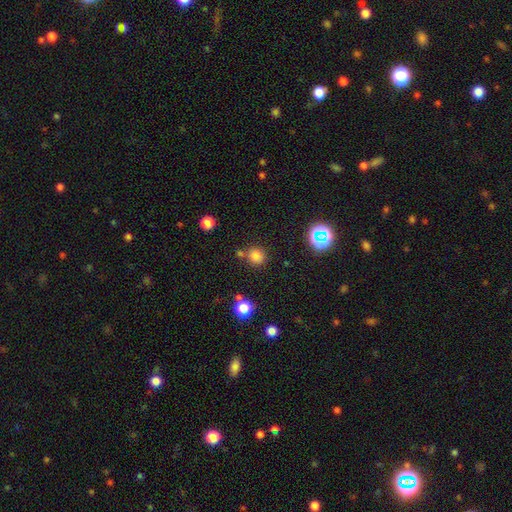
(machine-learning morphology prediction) A smooth galaxy with no disk features (77%) that is round (87%). Merging: none (74%).